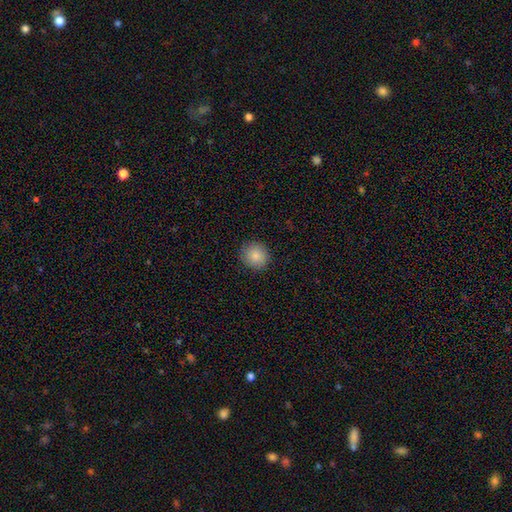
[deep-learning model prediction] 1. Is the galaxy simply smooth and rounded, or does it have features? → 85% smooth, 9% star or artifact, 6% featured or disk.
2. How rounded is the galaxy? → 90% round, 9% in between, 1% cigar-shaped.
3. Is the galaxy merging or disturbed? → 90% none, 7% minor disturbance, 2% major disturbance, 1% merger.